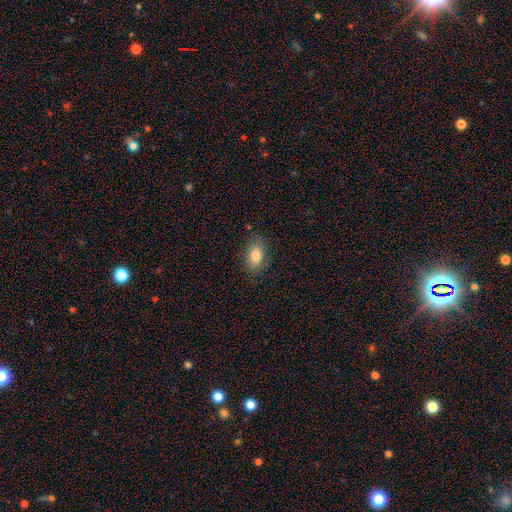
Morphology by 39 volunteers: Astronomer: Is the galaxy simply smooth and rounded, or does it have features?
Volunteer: smooth — 85%.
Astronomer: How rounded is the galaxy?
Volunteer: in between — 79%.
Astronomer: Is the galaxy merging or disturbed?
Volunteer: none — 89%.